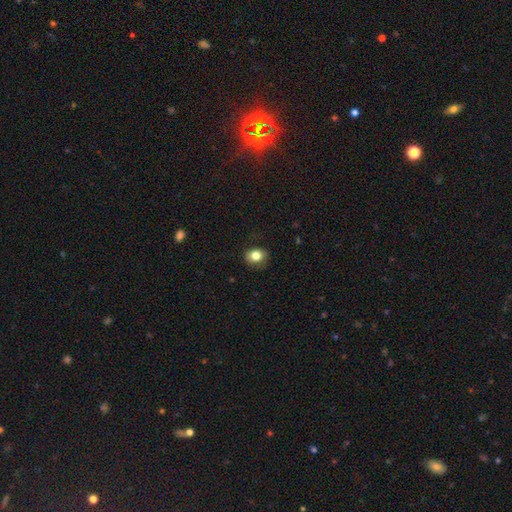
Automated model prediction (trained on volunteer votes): Smooth or featured?
  - smooth: 81% *
  - star or artifact: 10%
  - featured or disk: 9%
How rounded?
  - round: 59% *
  - in between: 40%
  - cigar-shaped: 1%
Merging?
  - none: 80% *
  - minor disturbance: 15%
  - major disturbance: 4%
  - merger: 1%